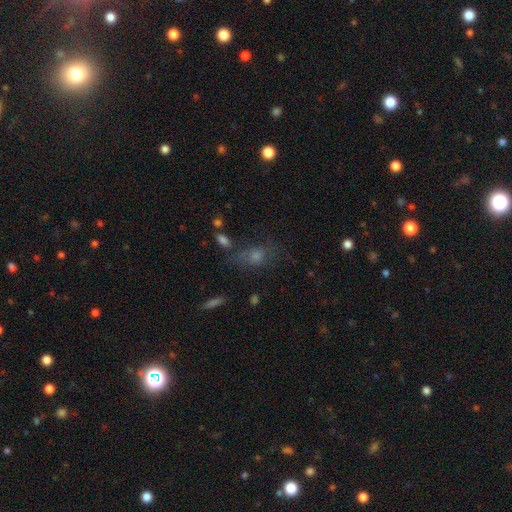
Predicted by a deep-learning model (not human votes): This appears to be a smooth galaxy with no disk features (49%). Merging: none (57%).